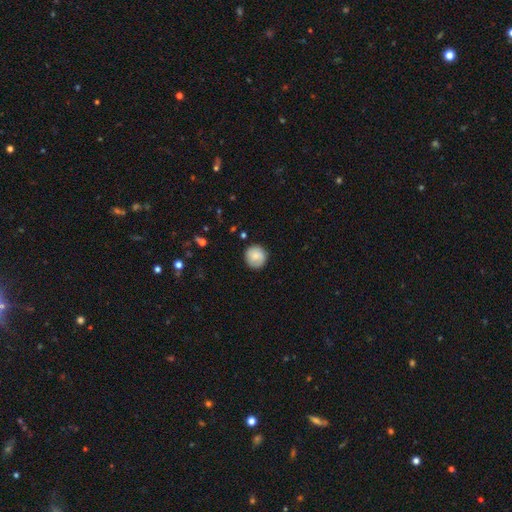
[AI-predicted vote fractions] smooth-or-featured: smooth: 77% | featured or disk: 16% | star or artifact: 7%
  how-rounded: round: 93% | in between: 6% | cigar-shaped: 1%
  merging: none: 86% | minor disturbance: 11% | major disturbance: 2% | merger: 1%